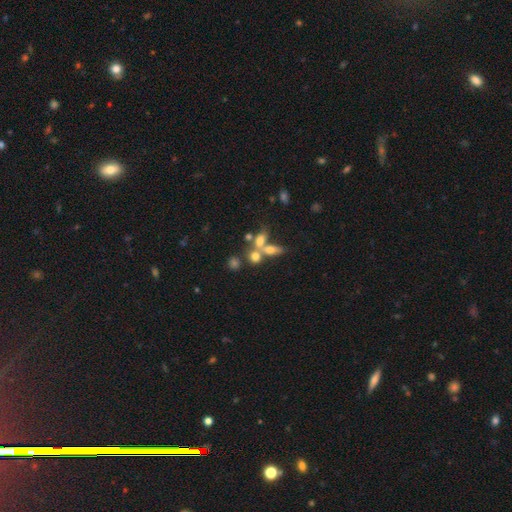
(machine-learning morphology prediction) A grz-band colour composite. It shows a smooth galaxy with no disk features (59%) that is round (45%, tied with in between). Merging: merger (48%).